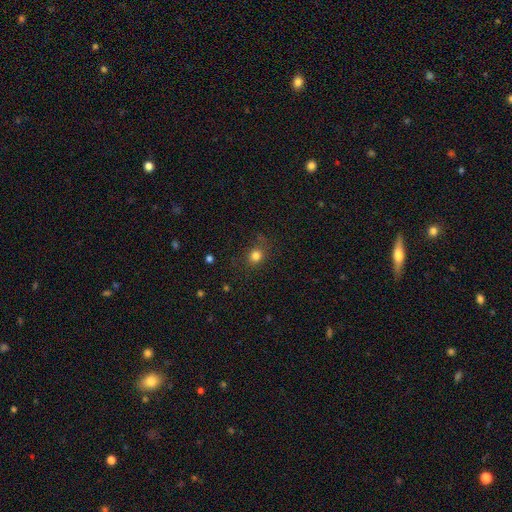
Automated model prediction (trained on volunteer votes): smooth 80%, star or artifact 14%, featured or disk 6%. Down the decision tree: how rounded — round (79%); merging — none (78%).